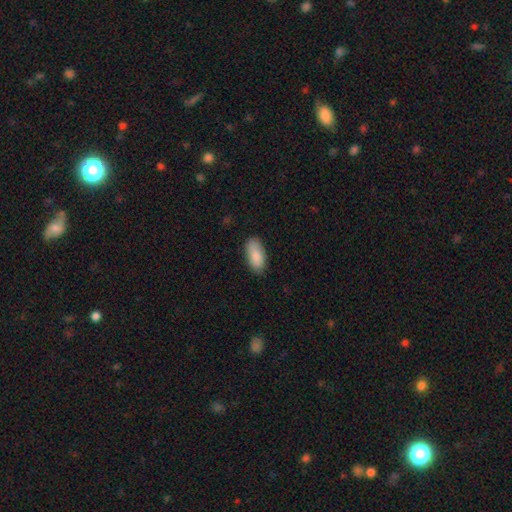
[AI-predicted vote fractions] Morphology: type=smooth (88%); roundness=in between (90%); merging=none (83%).